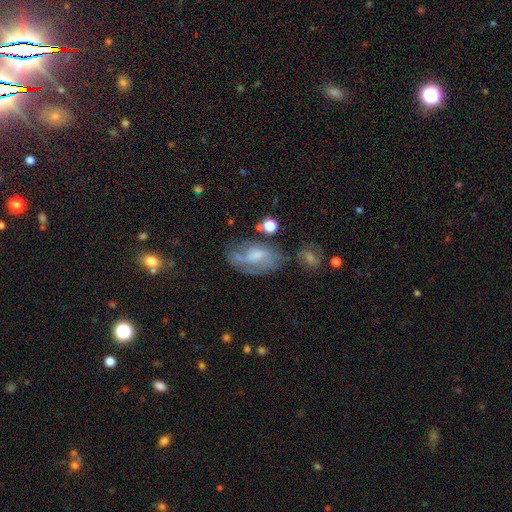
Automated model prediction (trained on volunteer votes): smooth-or-featured: featured or disk: 56% | smooth: 34% | star or artifact: 10%
  disk-edge-on: no: 95% | yes: 5%
    bar: no: 51% | weak: 40% | strong: 9%
    has-spiral-arms: yes: 69% | no: 31%
    bulge-size: small: 35% | moderate: 31% | none: 26% | large: 7% | dominant: 2%
  merging: none: 44% | minor disturbance: 25% | major disturbance: 21% | merger: 11%